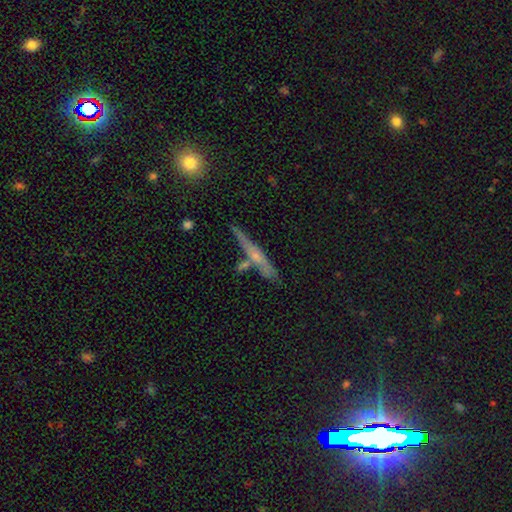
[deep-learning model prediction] This is possibly a featured or disk galaxy (53%). It is clearly viewed edge-on (92%). Merging: likely none (71%).